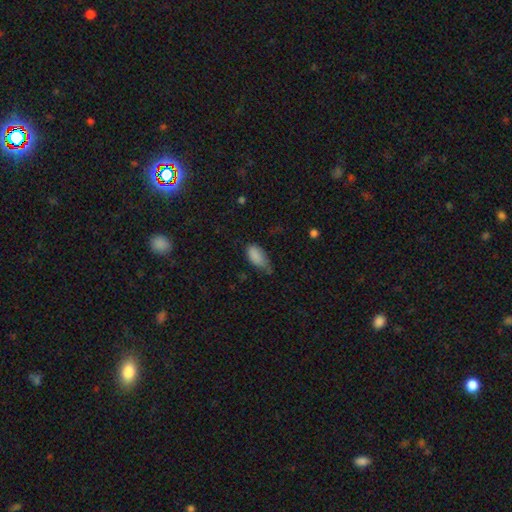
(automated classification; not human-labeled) This appears to be a smooth galaxy with no disk features (86%) that is in between round and cigar-shaped (92%). Merging: minor disturbance (47%).